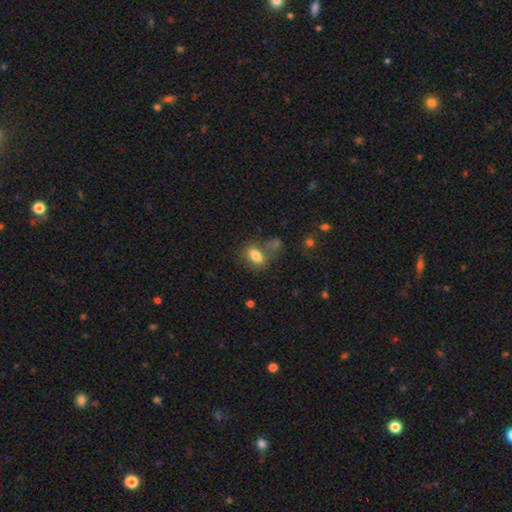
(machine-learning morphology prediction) The model was most divided on "merging": none: 52%, merger: 19%, minor disturbance: 18%, major disturbance: 10%. More confident: how rounded — in between (84%); smooth or featured — smooth (78%).